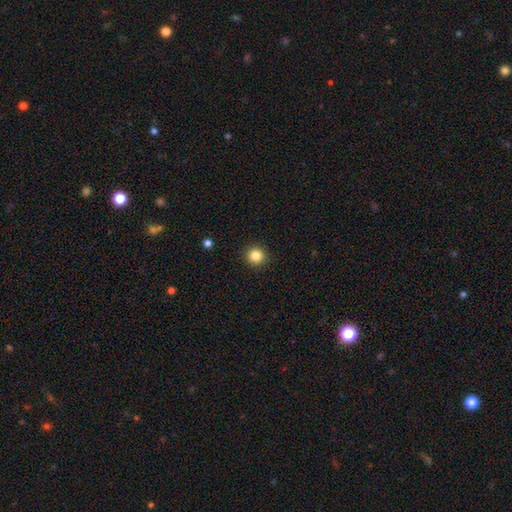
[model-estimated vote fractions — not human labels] smooth-or-featured: smooth: 84% | star or artifact: 11% | featured or disk: 4%
  how-rounded: round: 94% | in between: 5% | cigar-shaped: 1%
  merging: none: 92% | minor disturbance: 5% | major disturbance: 2% | merger: 1%